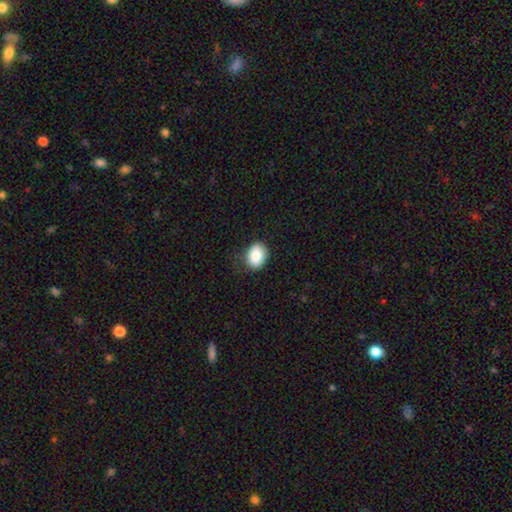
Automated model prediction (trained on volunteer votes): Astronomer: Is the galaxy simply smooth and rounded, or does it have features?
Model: smooth — 85%.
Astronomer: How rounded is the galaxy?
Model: in between — 71%.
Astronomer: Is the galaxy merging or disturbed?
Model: none — 73%.